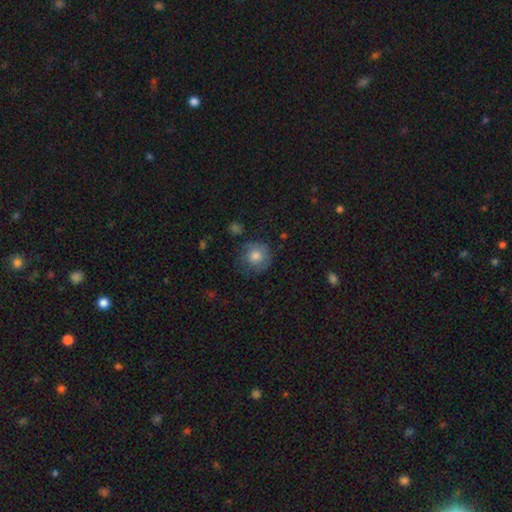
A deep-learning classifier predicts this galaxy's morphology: smooth 77%, featured or disk 14%, star or artifact 9%. Down the decision tree: how rounded — round (90%); merging — none (70%).